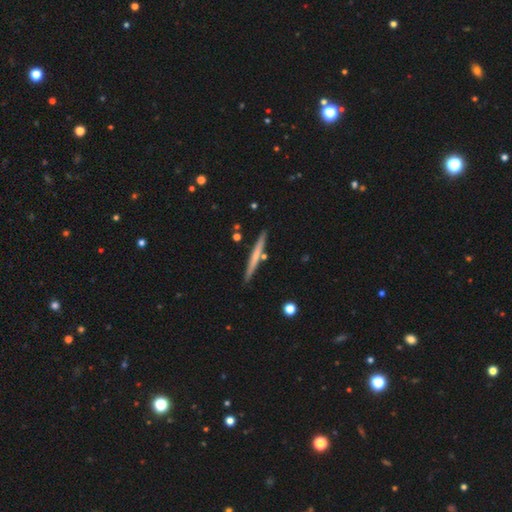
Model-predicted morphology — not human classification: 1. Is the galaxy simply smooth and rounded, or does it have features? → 50% smooth, 44% featured or disk, 6% star or artifact.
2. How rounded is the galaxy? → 96% cigar-shaped, 2% in between, 1% round.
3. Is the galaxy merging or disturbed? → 87% none, 8% minor disturbance, 4% merger, 2% major disturbance.